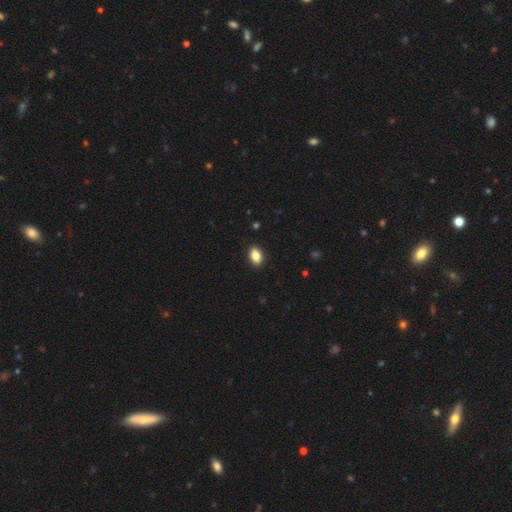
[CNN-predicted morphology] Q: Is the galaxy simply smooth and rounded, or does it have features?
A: smooth — 85%.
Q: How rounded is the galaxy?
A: in between — 86%.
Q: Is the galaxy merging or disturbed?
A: none — 90%.